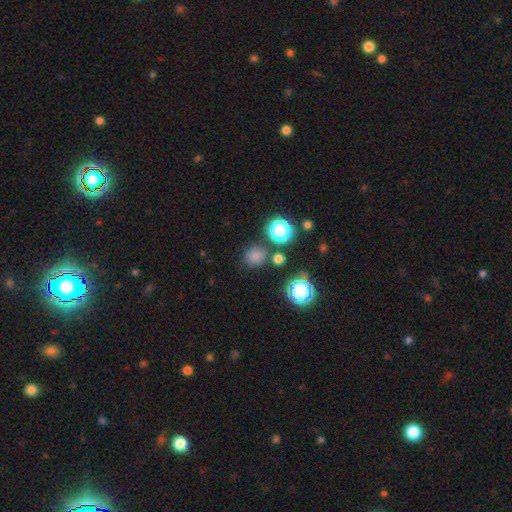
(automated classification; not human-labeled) This is likely a smooth galaxy (73%). How rounded: likely round (77%). Merging: likely none (77%).